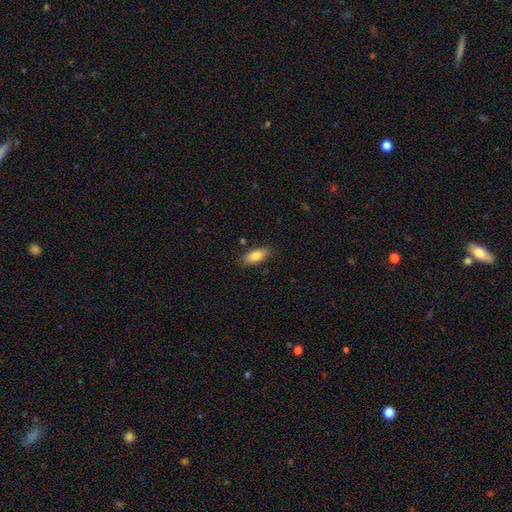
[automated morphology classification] Smooth or featured? Predicted: smooth (p=0.81). How rounded? Predicted: in between (p=0.81). Merging? Predicted: none (p=0.83).